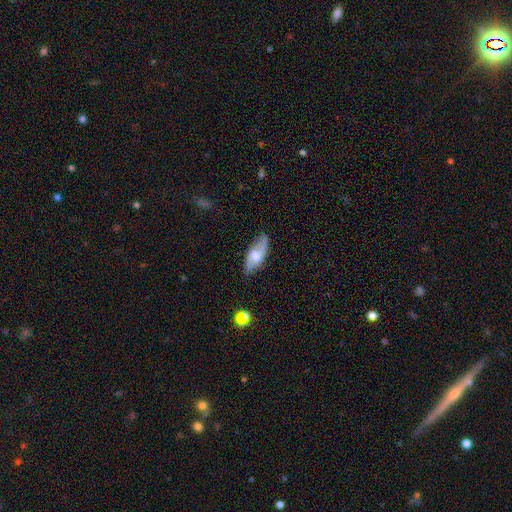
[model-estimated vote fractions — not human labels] Q: Smooth or featured?
A: smooth (49%); runner-up: featured or disk (44%)
Q: Merging?
A: none (69%); runner-up: minor disturbance (23%)